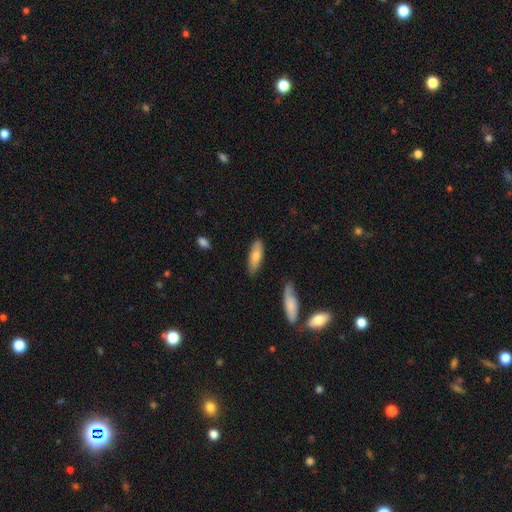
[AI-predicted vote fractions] Smooth or featured? Predicted: smooth (p=0.77). How rounded? Predicted: in between (p=0.61). Merging? Predicted: none (p=0.79).